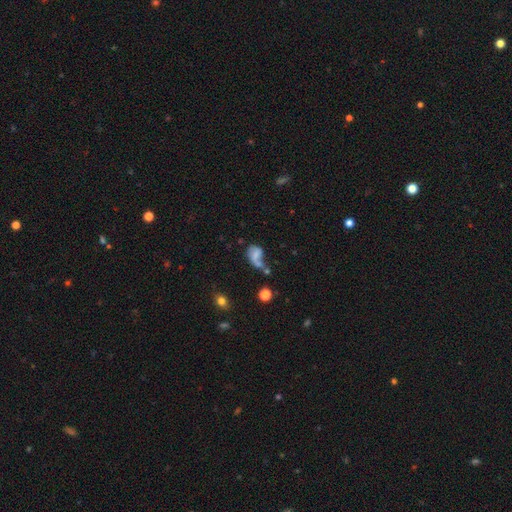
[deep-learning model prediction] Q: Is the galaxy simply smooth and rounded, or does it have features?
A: smooth — 44%.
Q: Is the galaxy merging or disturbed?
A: major disturbance — 29%.